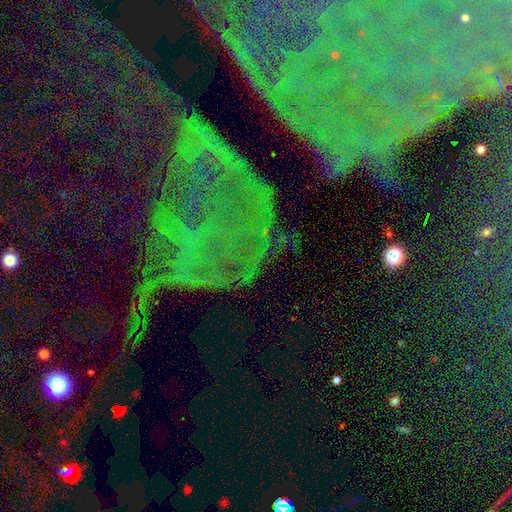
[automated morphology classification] The model was most divided on "smooth or featured": star or artifact: 71%, featured or disk: 17%, smooth: 12%.